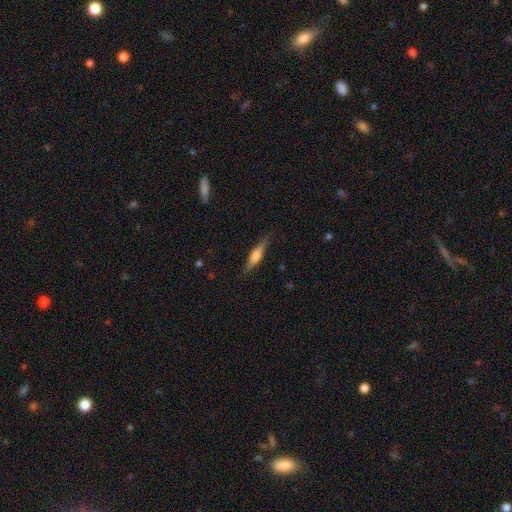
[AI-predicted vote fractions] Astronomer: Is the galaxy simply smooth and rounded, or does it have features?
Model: smooth — 60%.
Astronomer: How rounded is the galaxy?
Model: cigar-shaped — 76%.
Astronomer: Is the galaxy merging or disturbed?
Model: none — 82%.